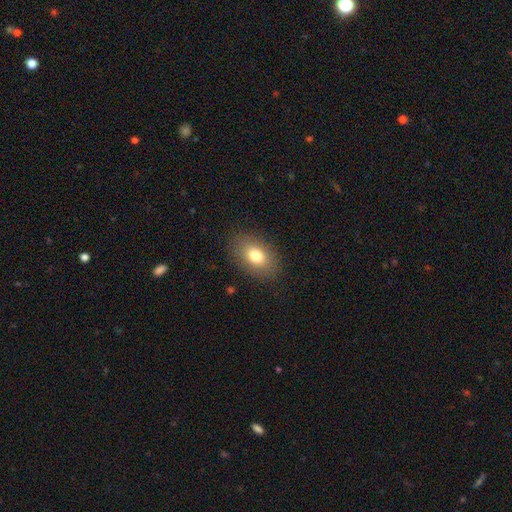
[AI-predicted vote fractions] A smooth galaxy with no disk features (78%) that is in between round and cigar-shaped (83%).

Vote fractions:
- Smooth or featured? smooth: 78% / featured or disk: 12% / star or artifact: 9%
- How rounded? in between: 83% / round: 15% / cigar-shaped: 1%
- Merging? none: 86% / minor disturbance: 10% / major disturbance: 3% / merger: 1%